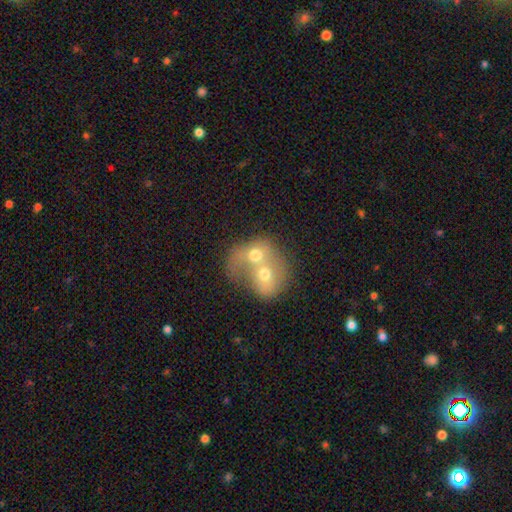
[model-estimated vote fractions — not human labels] A smooth galaxy with no disk features (57%) that is round (56%).

Vote fractions:
- Smooth or featured? smooth: 57% / featured or disk: 34% / star or artifact: 9%
- How rounded? round: 56% / in between: 43% / cigar-shaped: 1%
- Merging? merger: 83% / none: 9% / major disturbance: 4% / minor disturbance: 4%